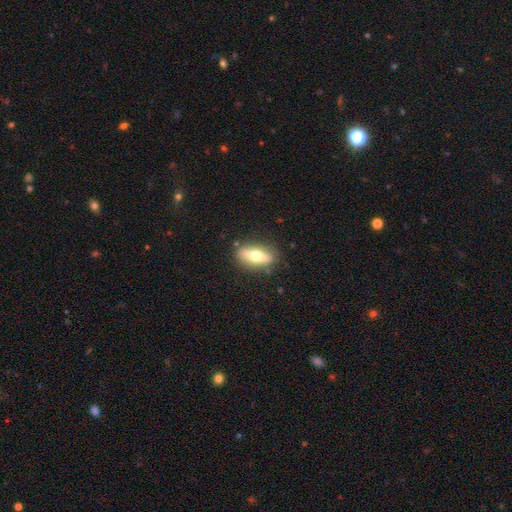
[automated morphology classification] Q: Smooth or featured?
A: smooth (57%); runner-up: featured or disk (35%)
Q: How rounded?
A: in between (76%); runner-up: cigar-shaped (17%)
Q: Merging?
A: none (83%); runner-up: minor disturbance (12%)